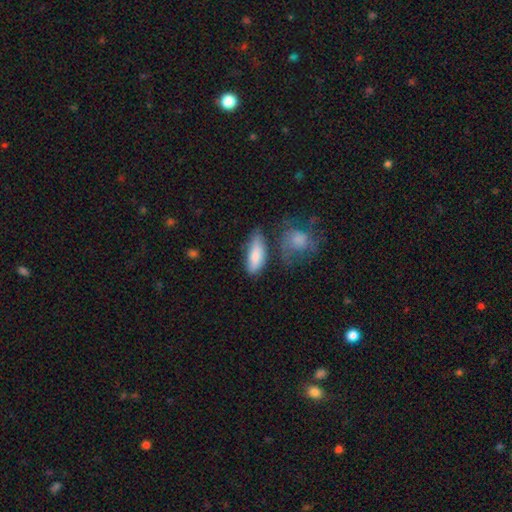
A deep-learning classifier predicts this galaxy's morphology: A smooth galaxy with no disk features (80%) that is in between round and cigar-shaped (74%).

Vote fractions:
- Smooth or featured? smooth: 80% / featured or disk: 13% / star or artifact: 6%
- How rounded? in between: 74% / cigar-shaped: 23% / round: 3%
- Merging? none: 53% / minor disturbance: 26% / merger: 11% / major disturbance: 9%